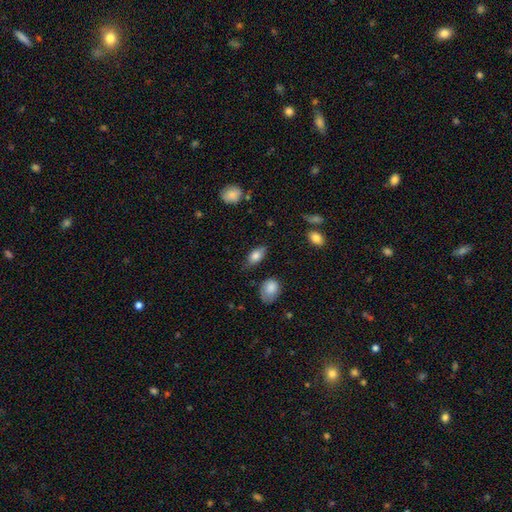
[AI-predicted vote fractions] Smooth or featured? smooth (77%)
How rounded? in between (86%)
Merging? none (75%)